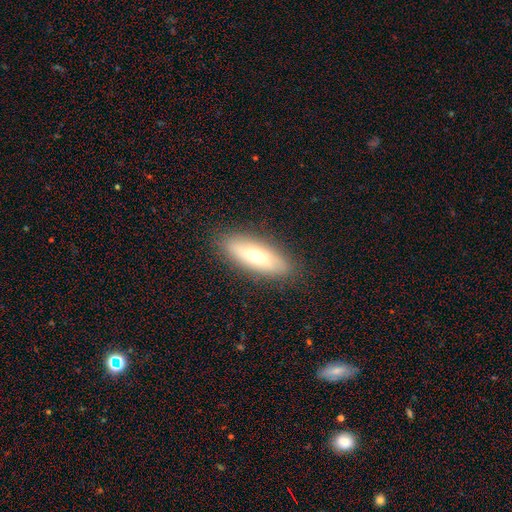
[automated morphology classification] The model was most divided on "how rounded": in between: 54%, cigar-shaped: 43%, round: 2%. More confident: merging — none (88%); smooth or featured — smooth (60%).